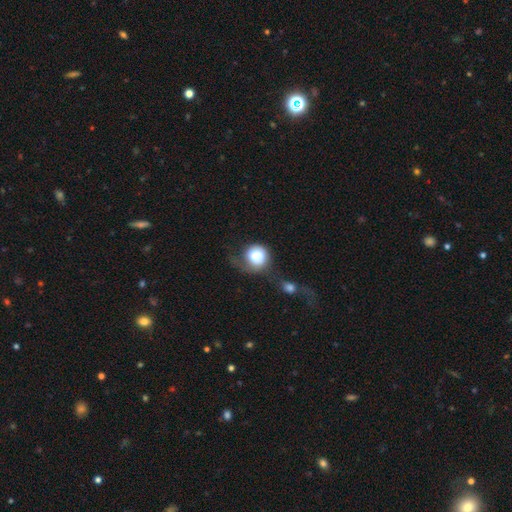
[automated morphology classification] smooth-or-featured: smooth: 72% | featured or disk: 21% | star or artifact: 7%
  how-rounded: round: 86% | in between: 13% | cigar-shaped: 1%
  merging: major disturbance: 33% | none: 28% | merger: 20% | minor disturbance: 20%